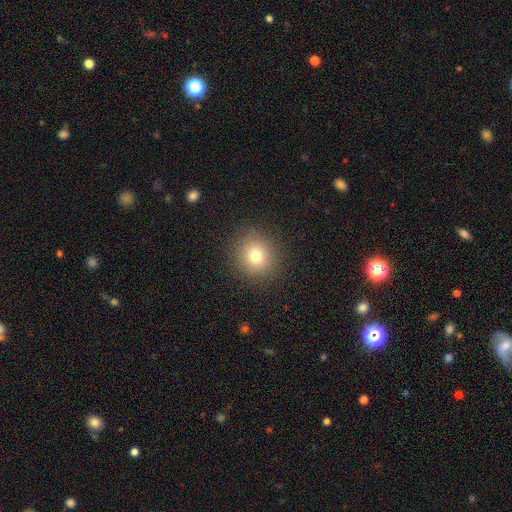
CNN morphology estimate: Smooth or featured: smooth — 77% (star or artifact — 14%)
How rounded: round — 85% (in between — 14%)
Merging: none — 89% (minor disturbance — 7%)